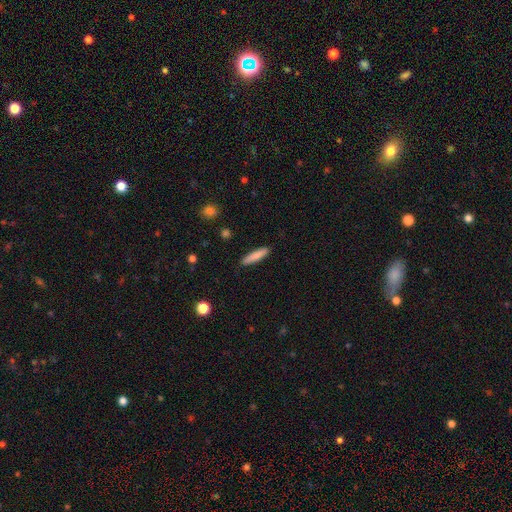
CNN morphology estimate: smooth 83%, featured or disk 11%, star or artifact 6%. Down the decision tree: how rounded — cigar-shaped (85%); merging — none (90%).